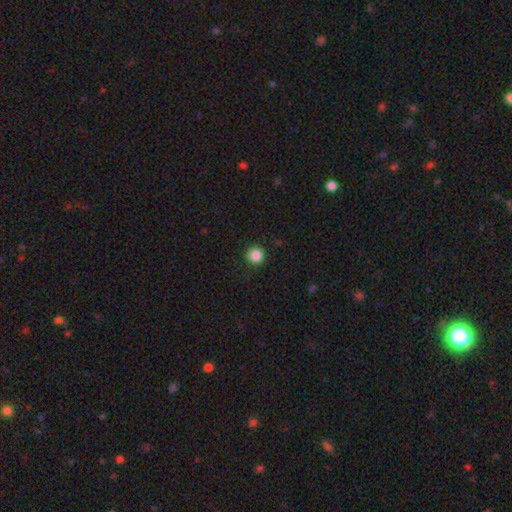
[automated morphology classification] Smooth or featured? Predicted: smooth (p=0.87). How rounded? Predicted: round (p=0.95). Merging? Predicted: none (p=0.91).